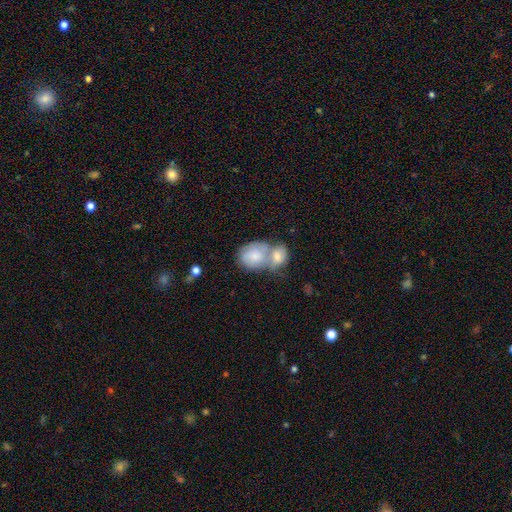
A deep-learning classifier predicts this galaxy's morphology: smooth 68%, featured or disk 25%, star or artifact 7%. Down the decision tree: how rounded — in between (60%); merging — merger (69%).